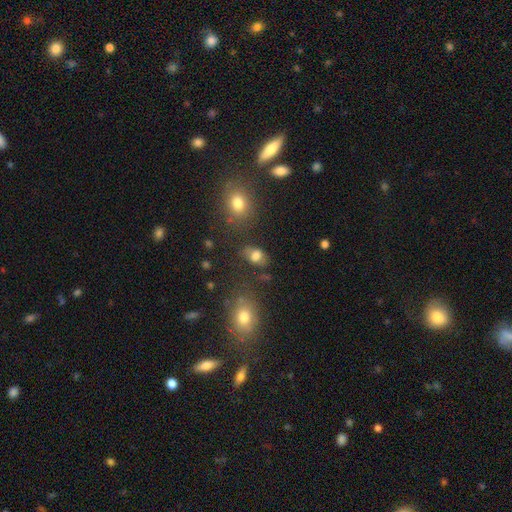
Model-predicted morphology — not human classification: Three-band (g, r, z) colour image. It shows a smooth galaxy with no disk features (75%) that is in between round and cigar-shaped (76%). Merging: none (64%).